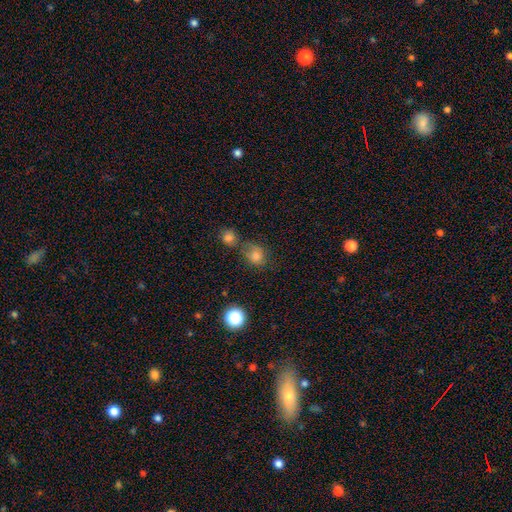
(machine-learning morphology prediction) Smooth or featured?
  - smooth: 71% *
  - star or artifact: 17%
  - featured or disk: 11%
How rounded?
  - round: 76% *
  - in between: 22%
  - cigar-shaped: 1%
Merging?
  - none: 51% *
  - merger: 25%
  - minor disturbance: 16%
  - major disturbance: 8%